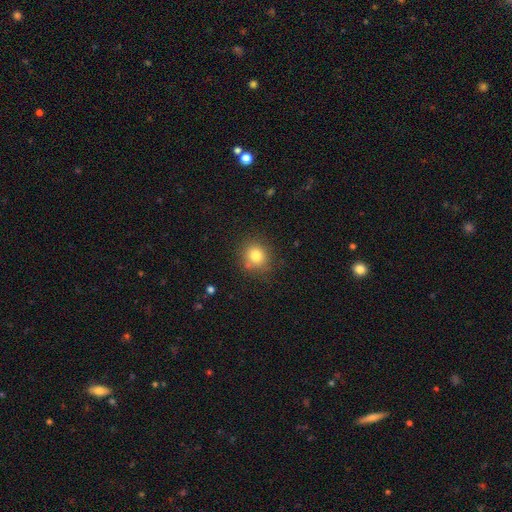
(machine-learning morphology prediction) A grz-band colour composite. It shows a smooth galaxy with no disk features (80%) that is round (84%). Merging: none (79%).